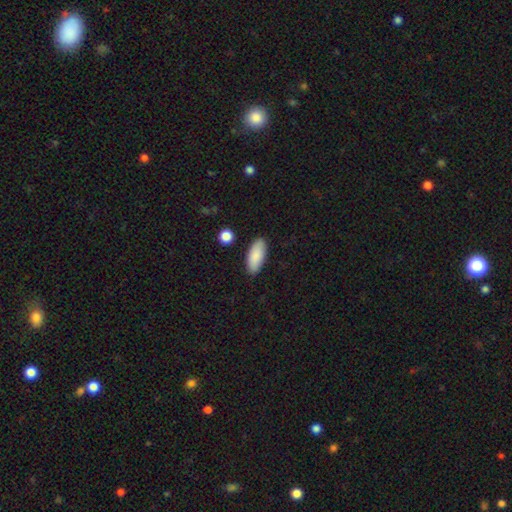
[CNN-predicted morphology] Smooth or featured? Predicted: smooth (p=0.88). How rounded? Predicted: in between (p=0.85). Merging? Predicted: none (p=0.88).